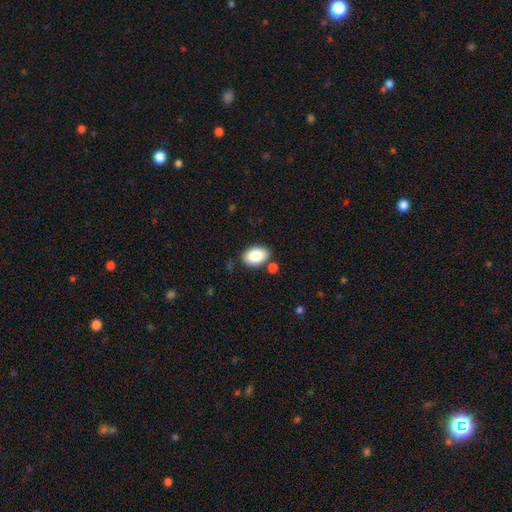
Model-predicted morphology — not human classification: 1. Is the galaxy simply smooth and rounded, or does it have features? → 87% smooth, 7% star or artifact, 7% featured or disk.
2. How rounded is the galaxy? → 90% in between, 9% round, 1% cigar-shaped.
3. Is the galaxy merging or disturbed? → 79% none, 12% minor disturbance, 7% merger, 3% major disturbance.